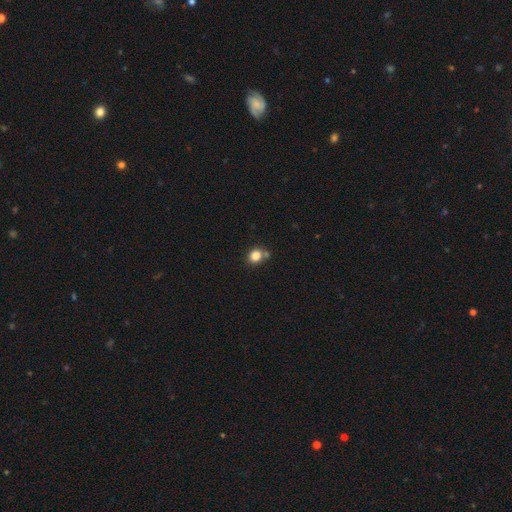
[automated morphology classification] Smooth or featured? Predicted: smooth (p=0.83). How rounded? Predicted: round (p=0.74). Merging? Predicted: none (p=0.67).